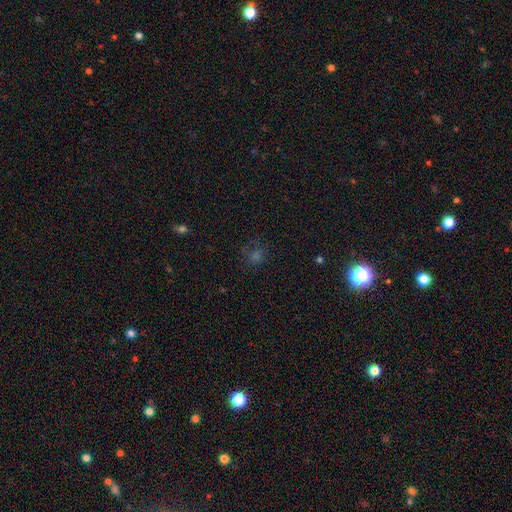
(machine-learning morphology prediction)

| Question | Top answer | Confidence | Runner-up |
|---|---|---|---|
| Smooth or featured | smooth | 43% | tied: star or artifact (43%) |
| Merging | none | 66% | minor disturbance (17%) |